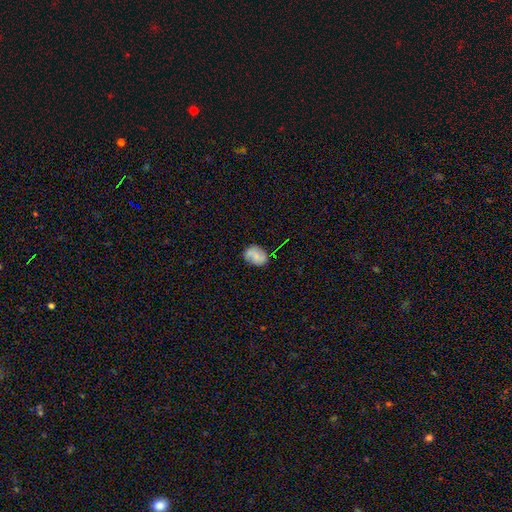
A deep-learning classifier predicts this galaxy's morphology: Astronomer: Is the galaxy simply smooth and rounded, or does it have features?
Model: smooth — 64%.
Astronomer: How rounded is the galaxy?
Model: in between — 67%.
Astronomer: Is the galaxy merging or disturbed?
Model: none — 72%.